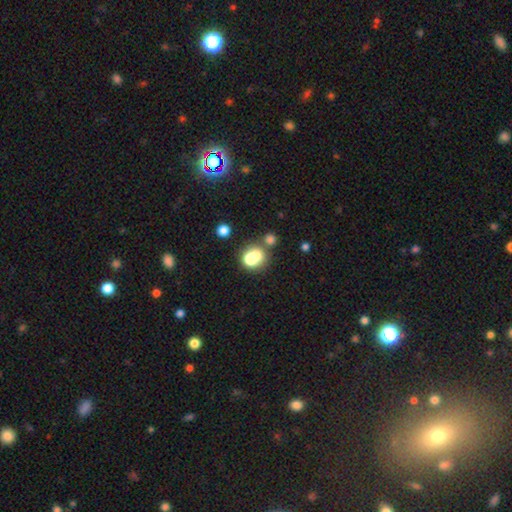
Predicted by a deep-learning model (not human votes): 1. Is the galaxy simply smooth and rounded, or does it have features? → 70% smooth, 16% featured or disk, 14% star or artifact.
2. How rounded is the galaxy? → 63% round, 35% in between, 1% cigar-shaped.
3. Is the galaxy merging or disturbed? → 42% merger, 39% none, 12% minor disturbance, 7% major disturbance.